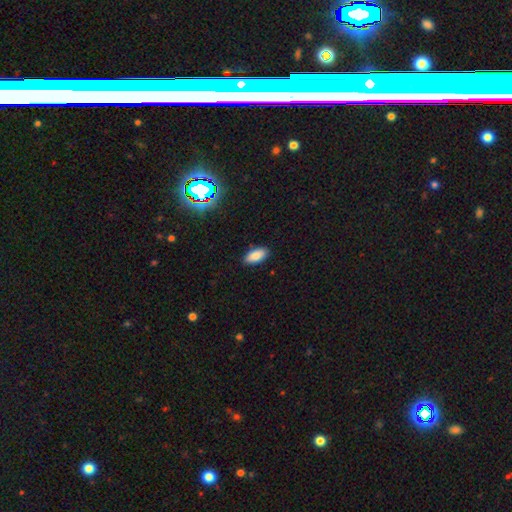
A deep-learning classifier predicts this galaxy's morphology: smooth_or_featured: smooth (p=0.84) [alt: star or artifact p=0.09]
how_rounded: in between (p=0.91) [alt: cigar-shaped p=0.07]
merging: none (p=0.87) [alt: minor disturbance p=0.10]